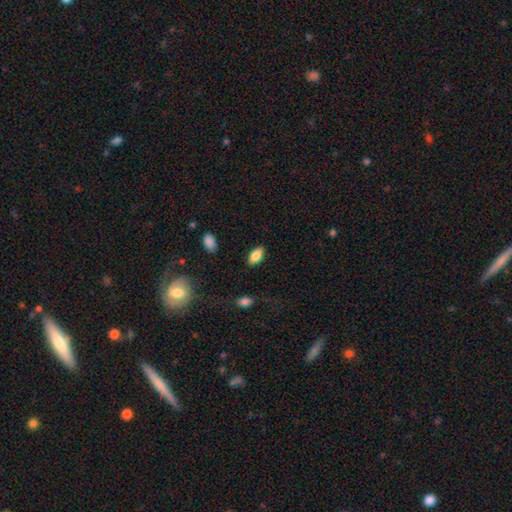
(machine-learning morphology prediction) Smooth or featured?
  - smooth: 83% *
  - featured or disk: 9%
  - star or artifact: 8%
How rounded?
  - in between: 92% *
  - cigar-shaped: 5%
  - round: 4%
Merging?
  - none: 86% *
  - minor disturbance: 10%
  - major disturbance: 3%
  - merger: 1%